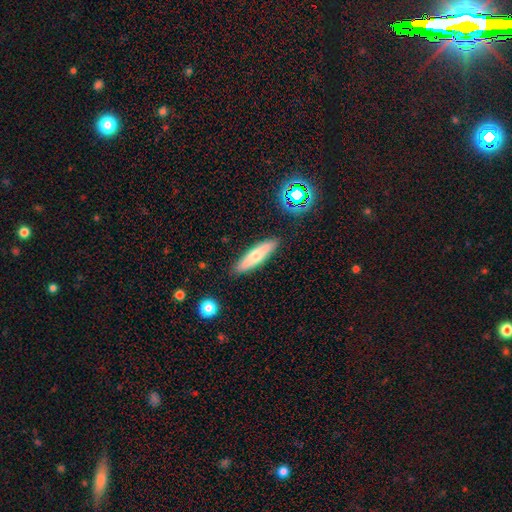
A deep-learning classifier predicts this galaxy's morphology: Smooth or featured?
  - smooth: 61% *
  - featured or disk: 32%
  - star or artifact: 7%
How rounded?
  - cigar-shaped: 75% *
  - in between: 24%
  - round: 2%
Merging?
  - none: 87% *
  - minor disturbance: 9%
  - major disturbance: 2%
  - merger: 2%